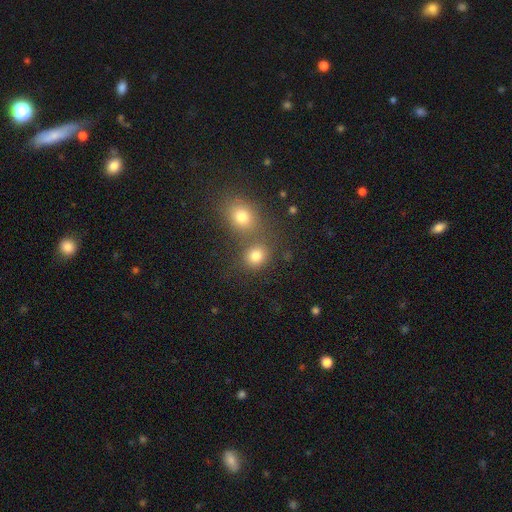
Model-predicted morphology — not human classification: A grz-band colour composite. It shows a smooth galaxy with no disk features (79%) that is round (76%). Merging: none (59%).